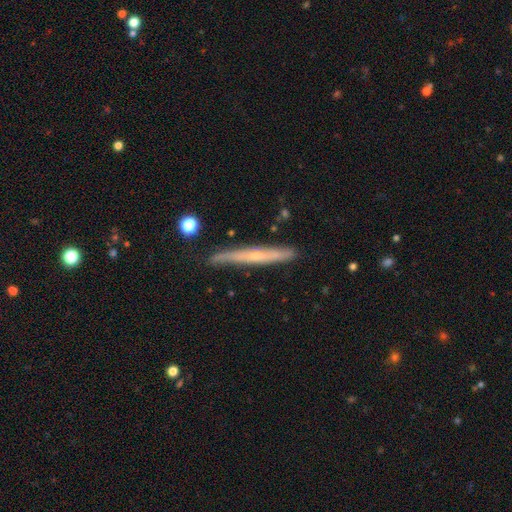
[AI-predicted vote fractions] Morphology: type=featured or disk (61%); edge-on=yes (94%); edge-on bulge=rounded (50%); merging=none (81%).